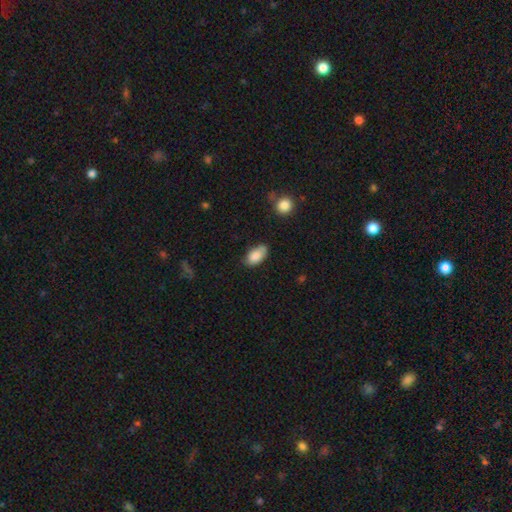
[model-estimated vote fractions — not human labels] Q: Smooth or featured?
A: smooth (84%); runner-up: featured or disk (9%)
Q: How rounded?
A: in between (93%); runner-up: round (5%)
Q: Merging?
A: none (66%); runner-up: minor disturbance (25%)